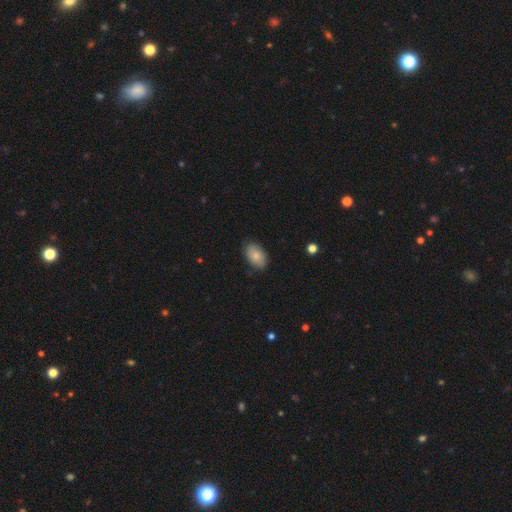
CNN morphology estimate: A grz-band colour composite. It shows a smooth galaxy with no disk features (83%) that is in between round and cigar-shaped (90%). Merging: none (83%).